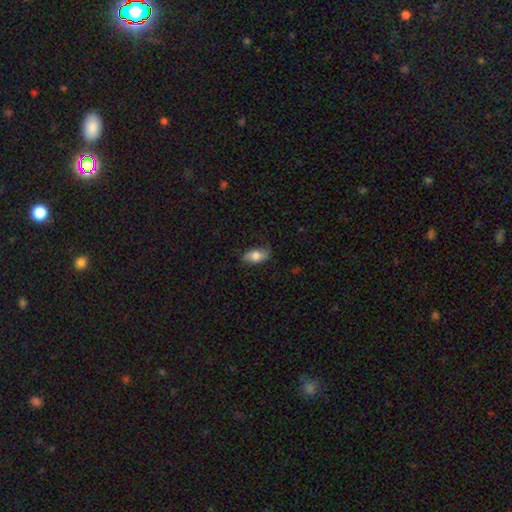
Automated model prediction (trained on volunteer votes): A smooth galaxy with no disk features (76%) that is in between round and cigar-shaped (90%). Merging: none (73%).